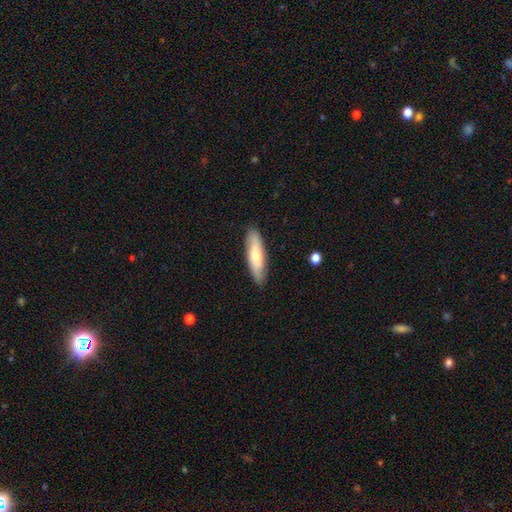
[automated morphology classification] Overall: smooth (67%). How rounded: cigar-shaped (64%; in between 34%). Merging: none (87%).